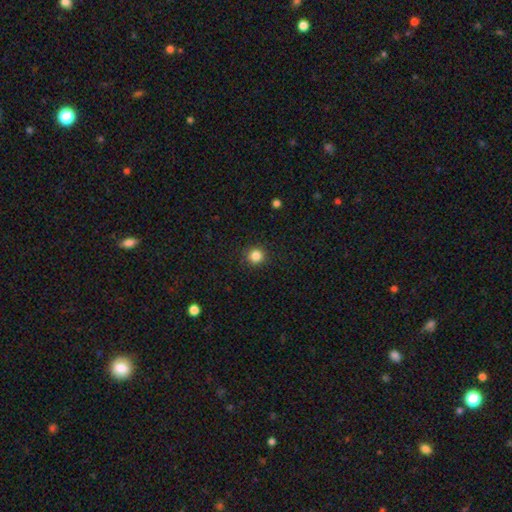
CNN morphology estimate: smooth-or-featured: smooth: 85% | star or artifact: 11% | featured or disk: 4%
  how-rounded: round: 94% | in between: 5% | cigar-shaped: 1%
  merging: none: 91% | minor disturbance: 6% | major disturbance: 2% | merger: 1%